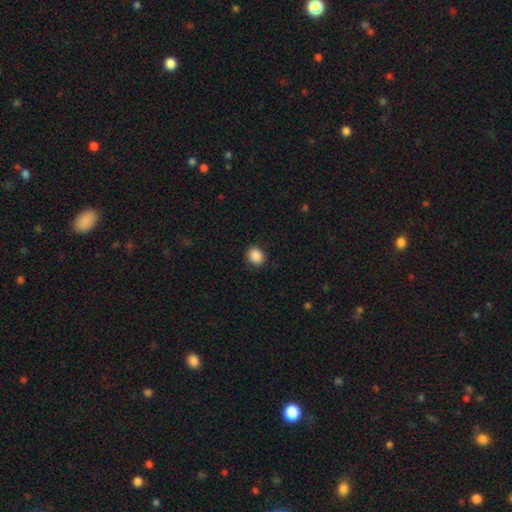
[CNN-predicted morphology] The model was most divided on "how rounded": round: 80%, in between: 19%, cigar-shaped: 1%. More confident: merging — none (89%); smooth or featured — smooth (89%).